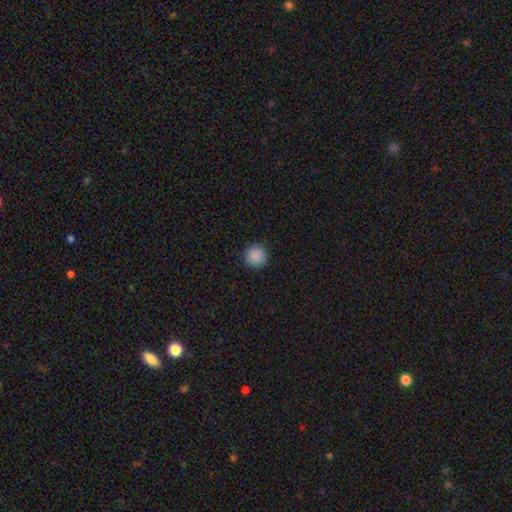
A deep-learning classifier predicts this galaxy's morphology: smooth_or_featured: smooth (p=0.89) [alt: star or artifact p=0.09]
how_rounded: round (p=0.96) [alt: in between p=0.03]
merging: none (p=0.92) [alt: minor disturbance p=0.05]